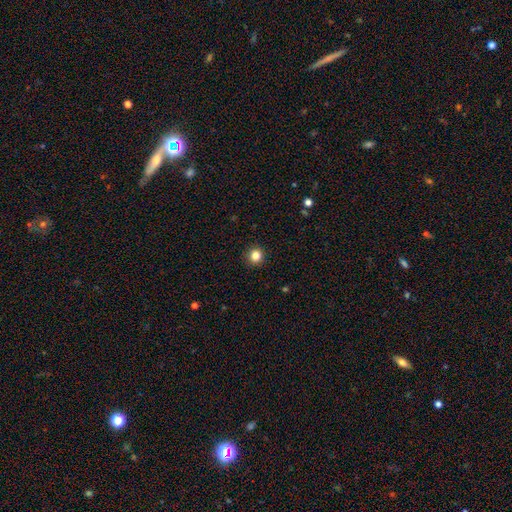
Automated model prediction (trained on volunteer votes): Morphology: type=smooth (84%); roundness=round (93%); merging=none (92%).